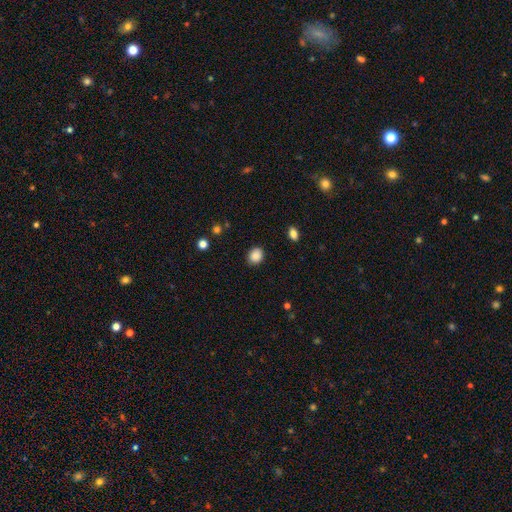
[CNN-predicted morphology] smooth-or-featured: smooth: 88% | star or artifact: 9% | featured or disk: 3%
  how-rounded: round: 61% | in between: 38% | cigar-shaped: 1%
  merging: none: 87% | minor disturbance: 9% | major disturbance: 2% | merger: 1%